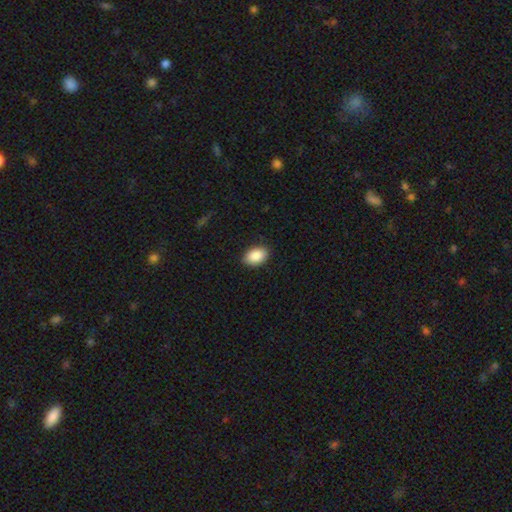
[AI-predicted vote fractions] Q: Smooth or featured?
A: smooth (90%); runner-up: star or artifact (7%)
Q: How rounded?
A: in between (89%); runner-up: round (10%)
Q: Merging?
A: none (88%); runner-up: minor disturbance (9%)